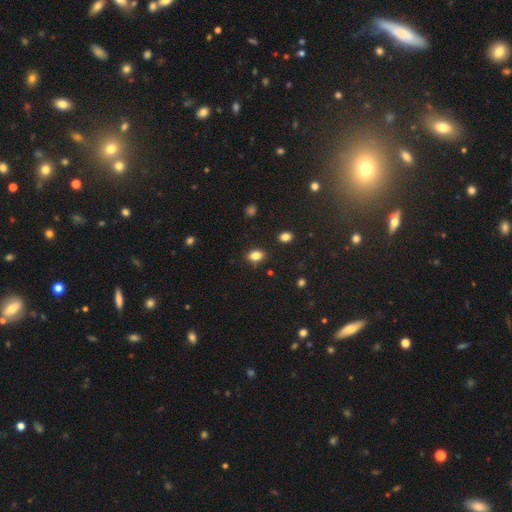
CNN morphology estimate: This appears to be a smooth galaxy with no disk features (82%) that is in between round and cigar-shaped (77%). Merging: none (85%).